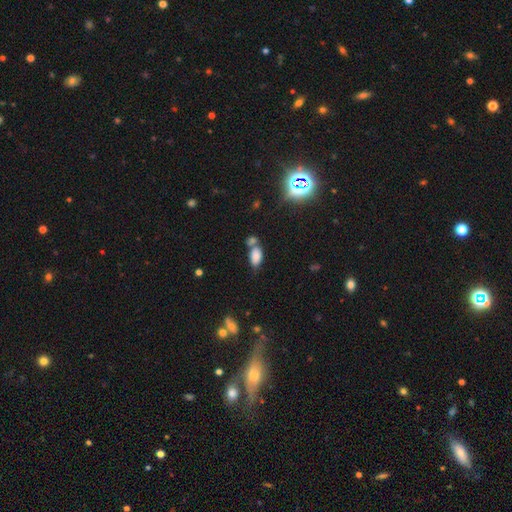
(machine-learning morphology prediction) Q: Smooth or featured?
A: smooth (79%); runner-up: star or artifact (12%)
Q: How rounded?
A: in between (91%); runner-up: round (5%)
Q: Merging?
A: merger (41%); runner-up: none (38%)